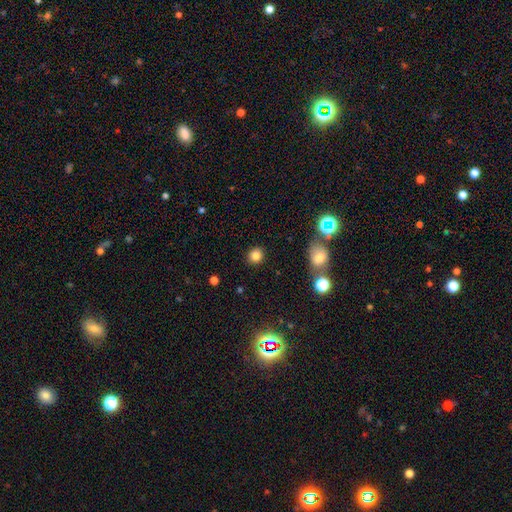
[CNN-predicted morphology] smooth 82%, star or artifact 12%, featured or disk 5%. Down the decision tree: how rounded — round (83%); merging — none (89%).